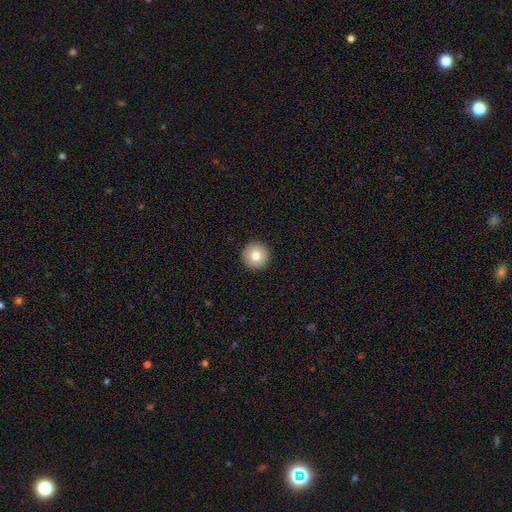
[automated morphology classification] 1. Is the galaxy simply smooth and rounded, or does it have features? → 79% smooth, 11% featured or disk, 9% star or artifact.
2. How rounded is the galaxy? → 97% round, 2% in between, 1% cigar-shaped.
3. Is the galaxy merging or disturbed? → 94% none, 4% minor disturbance, 1% major disturbance, 1% merger.